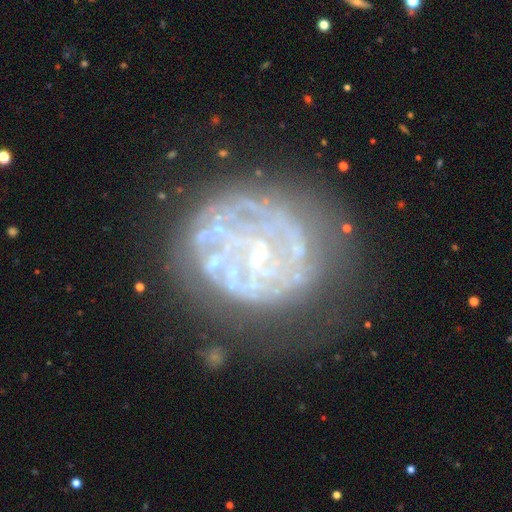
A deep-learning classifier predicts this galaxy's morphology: Smooth or featured? featured or disk (78%)
Edge-on disk? no (98%)
Bar? no (76%)
Spiral arms? yes (59%)
Bulge size? small (69%)
Merging? none (55%)